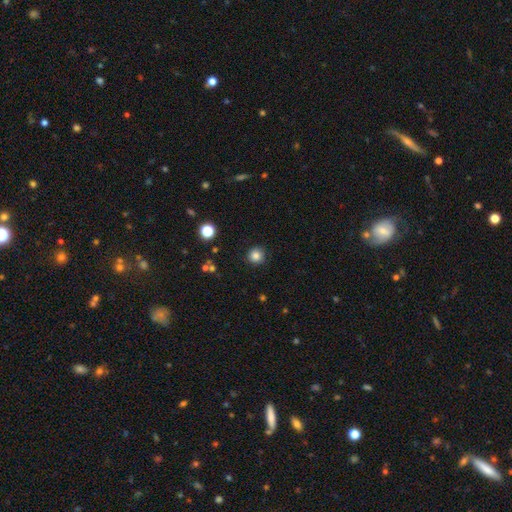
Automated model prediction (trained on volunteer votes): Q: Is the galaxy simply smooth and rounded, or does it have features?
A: smooth — 83%.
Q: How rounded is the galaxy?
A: round — 93%.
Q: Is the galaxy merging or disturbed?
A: none — 89%.